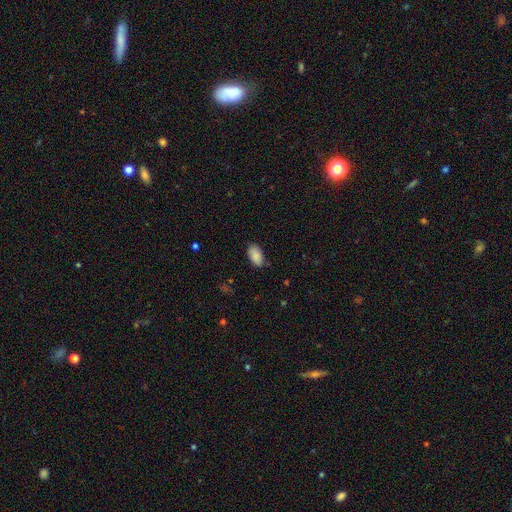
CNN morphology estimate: Overall: smooth (87%). How rounded: in between (95%). Merging: none (78%).